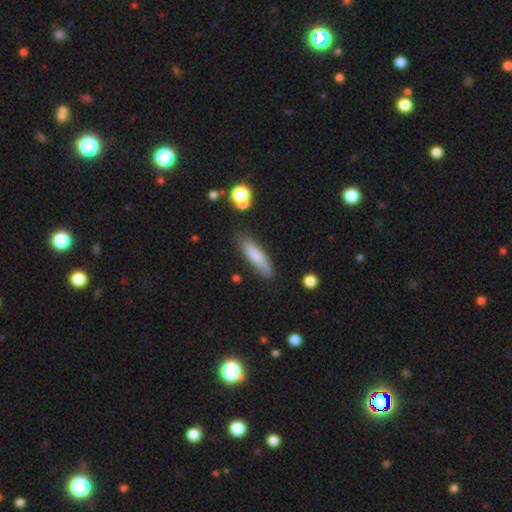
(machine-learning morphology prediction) This appears to be a smooth galaxy with no disk features (77%) that is cigar-shaped (77%). Merging: none (80%).